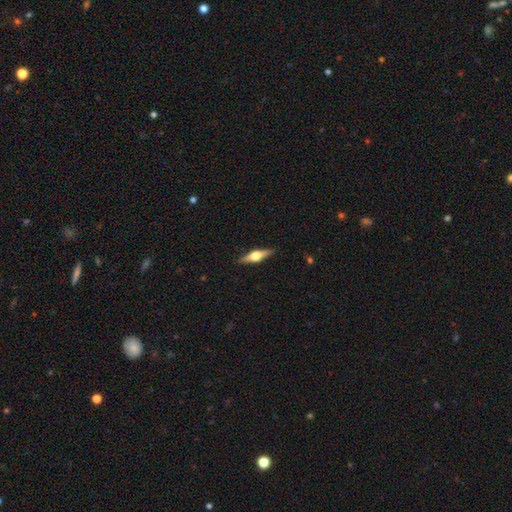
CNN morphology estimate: Smooth or featured: featured or disk — 70% (smooth — 24%)
Edge-on disk: yes — 97% (no — 3%)
Edge-on bulge: rounded — 95% (boxy — 4%)
Merging: none — 90% (minor disturbance — 7%)